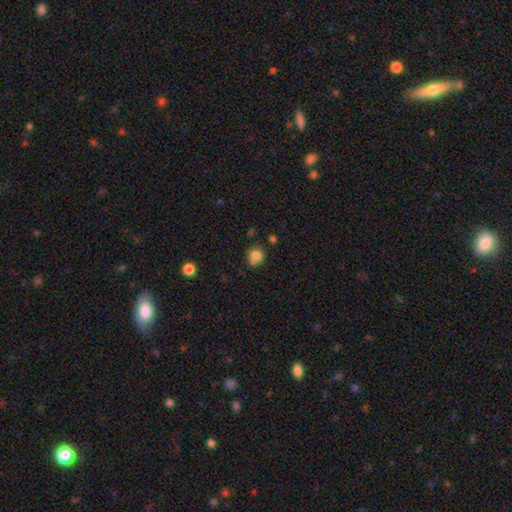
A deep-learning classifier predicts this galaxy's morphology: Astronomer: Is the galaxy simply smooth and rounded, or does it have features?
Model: smooth — 81%.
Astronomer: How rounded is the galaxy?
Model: round — 84%.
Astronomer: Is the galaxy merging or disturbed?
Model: none — 71%.